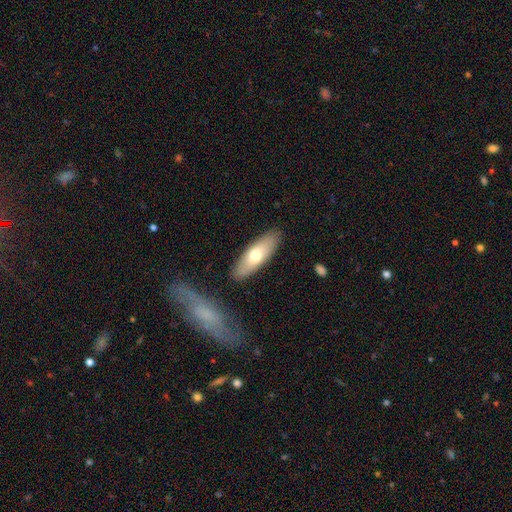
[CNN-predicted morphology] Smooth or featured: smooth — 64% (featured or disk — 30%)
How rounded: in between — 59% (cigar-shaped — 39%)
Merging: none — 86% (minor disturbance — 10%)